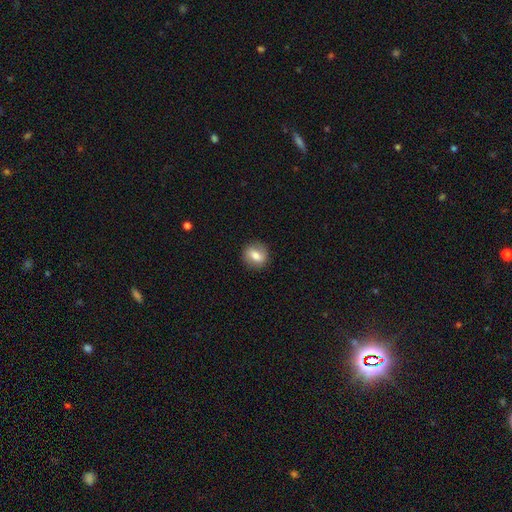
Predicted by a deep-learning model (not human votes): Overall: smooth (65%; featured or disk 27%). How rounded: round (74%). Merging: none (86%).